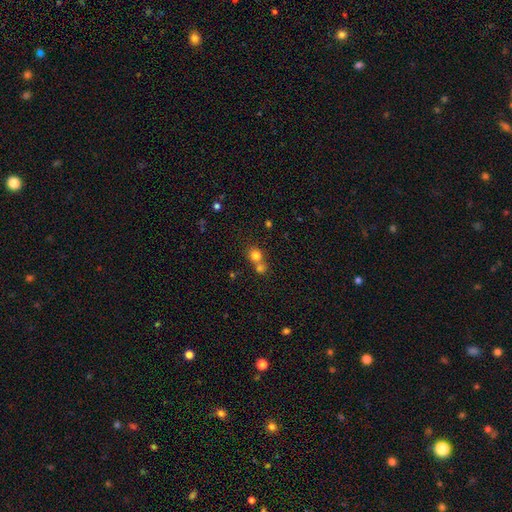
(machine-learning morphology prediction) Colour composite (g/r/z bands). It shows a smooth galaxy with no disk features (78%) that is round (85%). Merging: merger (48%).